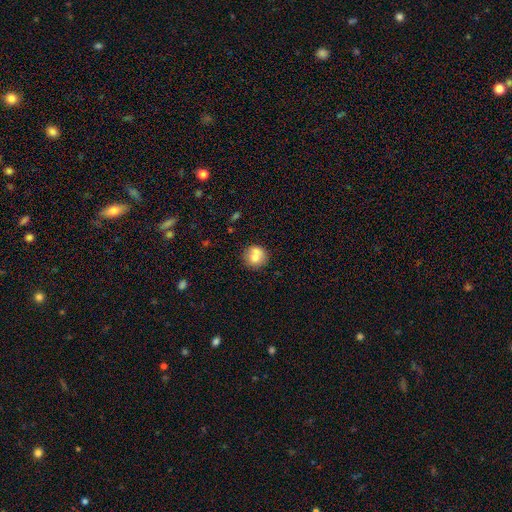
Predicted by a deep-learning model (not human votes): A smooth galaxy with no disk features (72%) that is round (86%).

Vote fractions:
- Smooth or featured? smooth: 72% / featured or disk: 19% / star or artifact: 9%
- How rounded? round: 86% / in between: 13% / cigar-shaped: 1%
- Merging? none: 54% / merger: 28% / minor disturbance: 13% / major disturbance: 4%